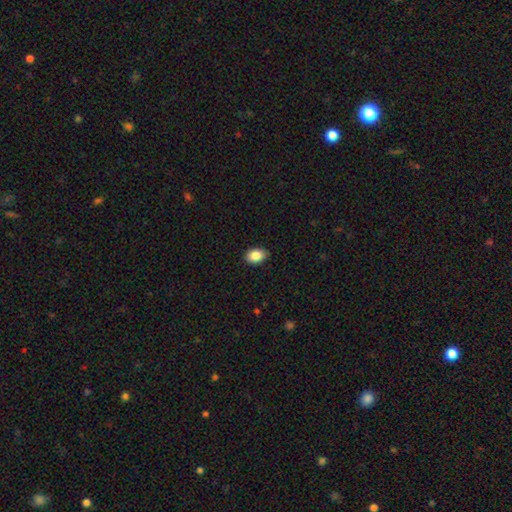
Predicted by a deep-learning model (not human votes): Smooth or featured: smooth — 87% (star or artifact — 8%)
How rounded: in between — 78% (round — 21%)
Merging: none — 88% (minor disturbance — 9%)